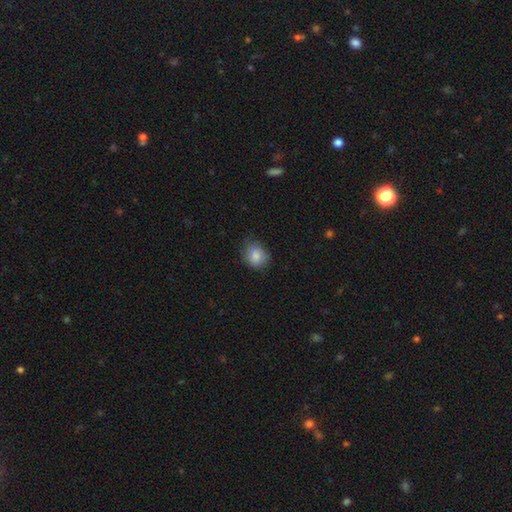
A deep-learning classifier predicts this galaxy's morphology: smooth-or-featured: smooth: 83% | featured or disk: 8% | star or artifact: 8%
  how-rounded: round: 66% | in between: 33% | cigar-shaped: 1%
  merging: none: 70% | minor disturbance: 24% | major disturbance: 6% | merger: 1%